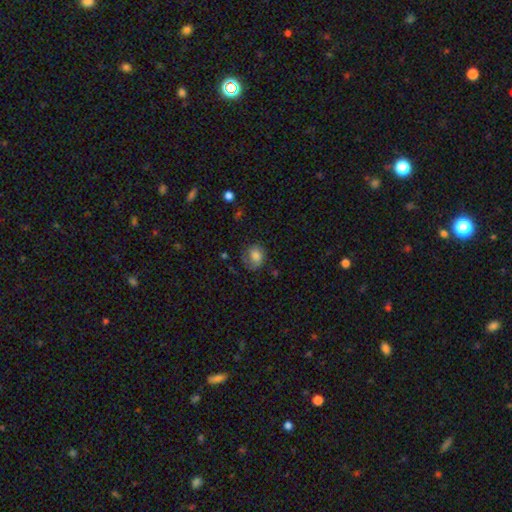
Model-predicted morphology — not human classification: smooth 61%, featured or disk 31%, star or artifact 9%. Down the decision tree: how rounded — round (62%); merging — none (55%).